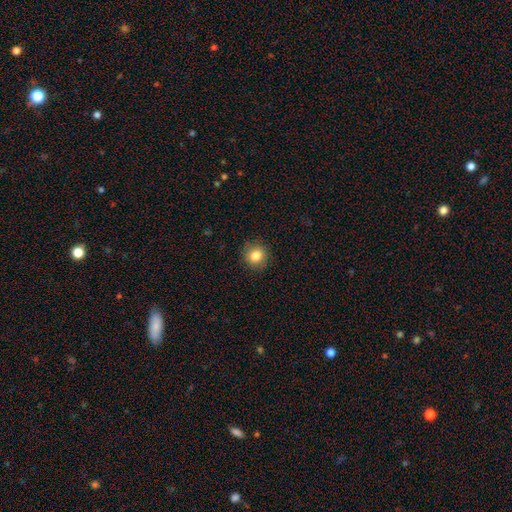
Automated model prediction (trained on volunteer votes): Smooth or featured? smooth (83%)
How rounded? round (87%)
Merging? none (88%)